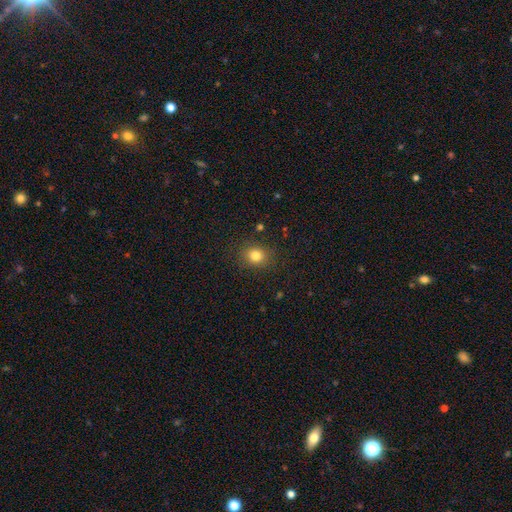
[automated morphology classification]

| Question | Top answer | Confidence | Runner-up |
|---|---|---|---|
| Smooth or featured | smooth | 81% | star or artifact (12%) |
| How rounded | round | 67% | in between (32%) |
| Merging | none | 87% | minor disturbance (9%) |